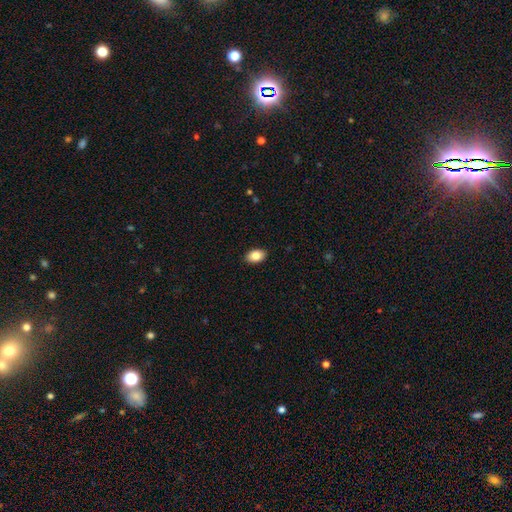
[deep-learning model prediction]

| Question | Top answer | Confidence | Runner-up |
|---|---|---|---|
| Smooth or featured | smooth | 86% | star or artifact (7%) |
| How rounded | in between | 89% | round (10%) |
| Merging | none | 90% | minor disturbance (7%) |